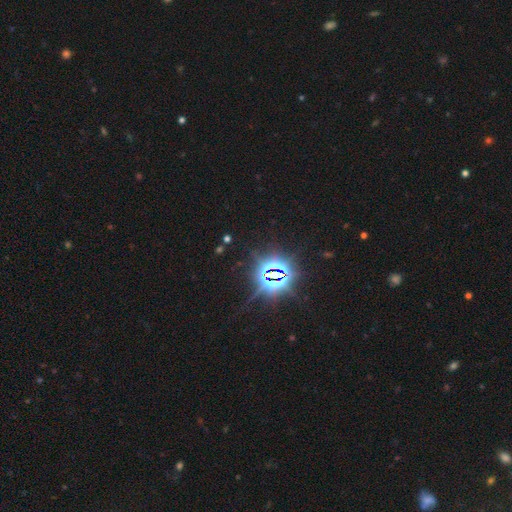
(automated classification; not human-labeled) Morphology: type=star or artifact (85%).